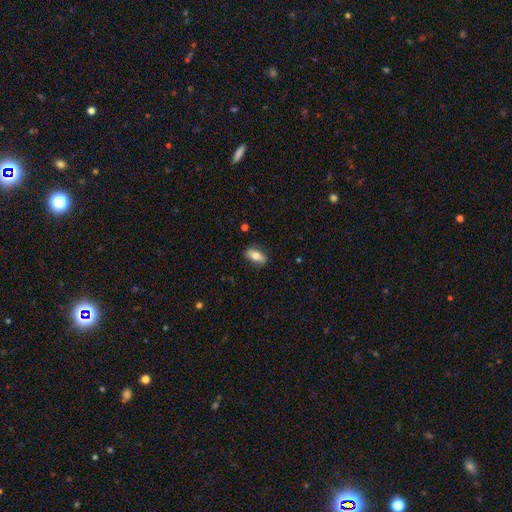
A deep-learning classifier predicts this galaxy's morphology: smooth-or-featured: smooth: 68% | featured or disk: 25% | star or artifact: 7%
  how-rounded: in between: 81% | cigar-shaped: 14% | round: 5%
  merging: none: 80% | minor disturbance: 15% | major disturbance: 3% | merger: 1%